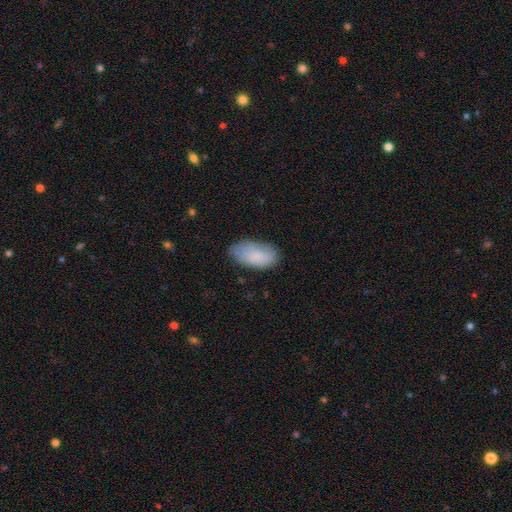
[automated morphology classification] This appears to be a smooth galaxy with no disk features (82%) that is in between round and cigar-shaped (94%). Merging: none (73%).